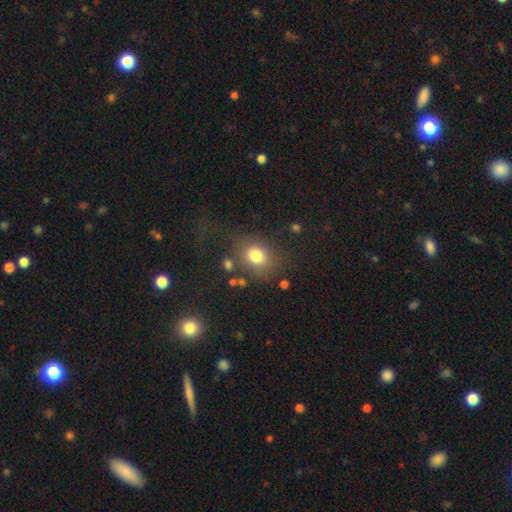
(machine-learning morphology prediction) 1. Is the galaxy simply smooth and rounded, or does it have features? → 78% smooth, 12% star or artifact, 9% featured or disk.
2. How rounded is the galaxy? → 62% round, 37% in between, 1% cigar-shaped.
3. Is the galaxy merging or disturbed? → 69% none, 15% minor disturbance, 11% major disturbance, 5% merger.